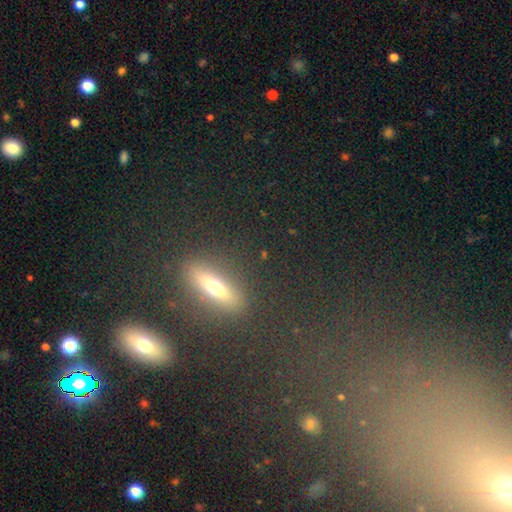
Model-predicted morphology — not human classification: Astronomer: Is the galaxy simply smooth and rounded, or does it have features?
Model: smooth — 42% (runner-up: featured or disk, 33%).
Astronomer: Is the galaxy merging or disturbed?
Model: none — 76%.